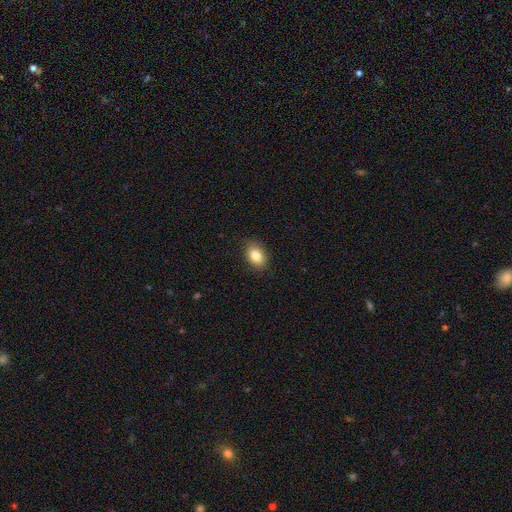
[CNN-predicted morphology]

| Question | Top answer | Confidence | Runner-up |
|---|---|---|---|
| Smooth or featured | smooth | 84% | featured or disk (8%) |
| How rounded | in between | 84% | round (14%) |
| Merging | none | 84% | minor disturbance (12%) |